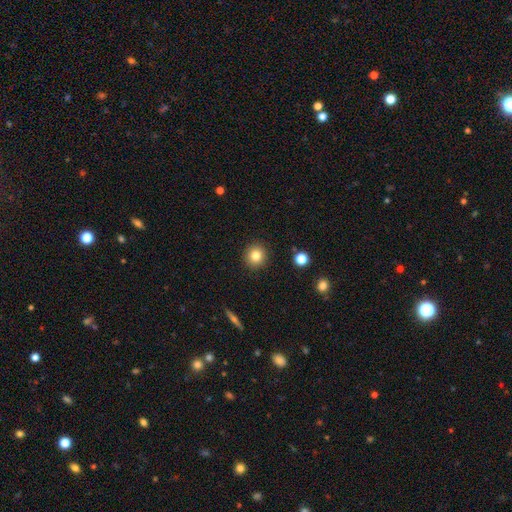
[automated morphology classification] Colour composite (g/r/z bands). It shows a smooth galaxy with no disk features (82%) that is round (93%). Merging: none (91%).